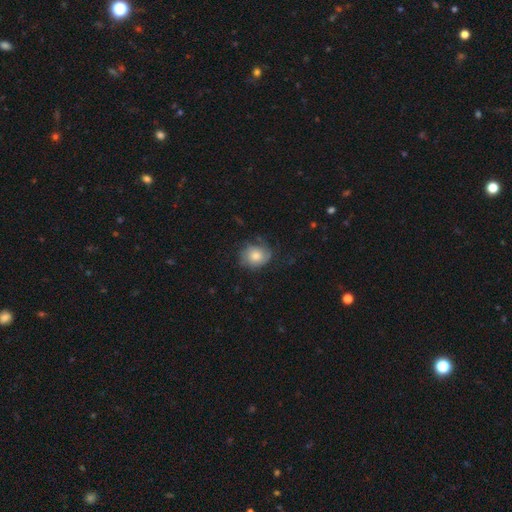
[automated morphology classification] This is likely a smooth galaxy (68%). How rounded: likely round (71%). Merging: likely none (62%).